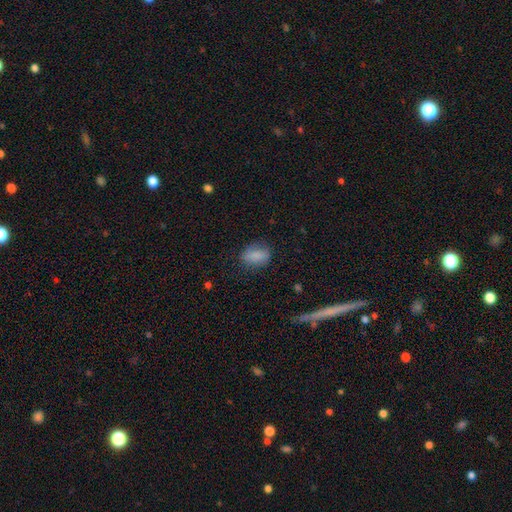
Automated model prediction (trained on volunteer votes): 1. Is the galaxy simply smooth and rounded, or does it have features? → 84% smooth, 8% star or artifact, 8% featured or disk.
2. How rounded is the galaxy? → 79% in between, 18% round, 3% cigar-shaped.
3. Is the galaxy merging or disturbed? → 77% none, 17% minor disturbance, 5% major disturbance, 1% merger.